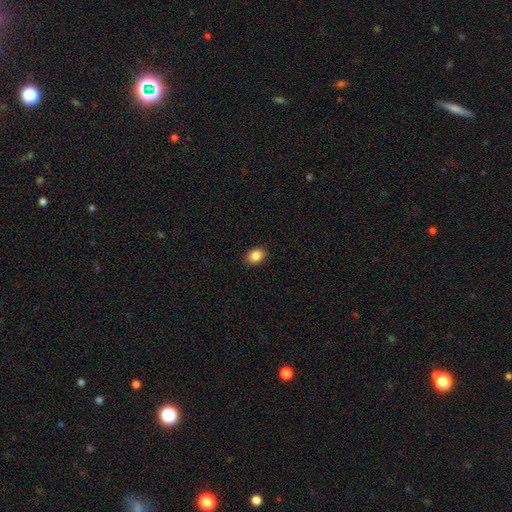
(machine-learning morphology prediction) The model was most divided on "how rounded": in between: 66%, round: 33%, cigar-shaped: 1%. More confident: merging — none (89%); smooth or featured — smooth (87%).